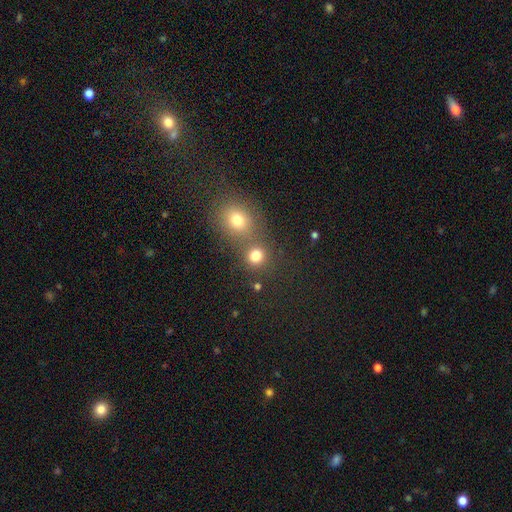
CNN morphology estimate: A smooth galaxy with no disk features (78%) that is round (85%). Merging: none (59%).